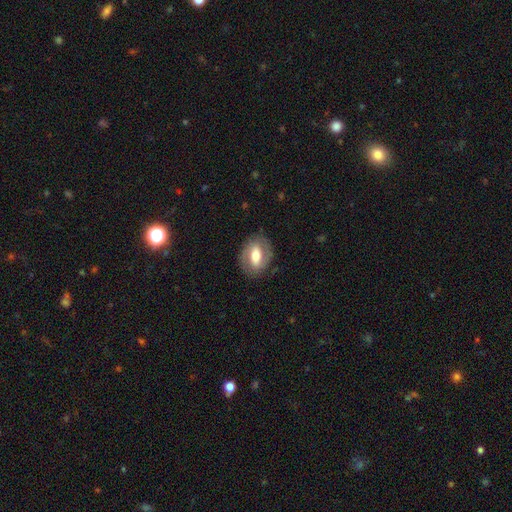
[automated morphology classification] Q: Smooth or featured?
A: featured or disk (56%); runner-up: smooth (38%)
Q: Edge-on disk?
A: no (92%); runner-up: yes (8%)
Q: Bar?
A: strong (41%); runner-up: weak (35%)
Q: Spiral arms?
A: yes (61%); runner-up: no (39%)
Q: Bulge size?
A: moderate (64%); runner-up: large (20%)
Q: Merging?
A: none (81%); runner-up: minor disturbance (13%)